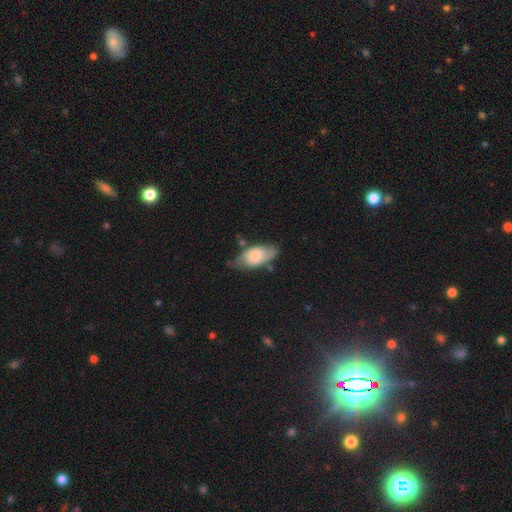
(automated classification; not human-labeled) Smooth or featured? Predicted: smooth (p=0.64). How rounded? Predicted: in between (p=0.89). Merging? Predicted: none (p=0.58).